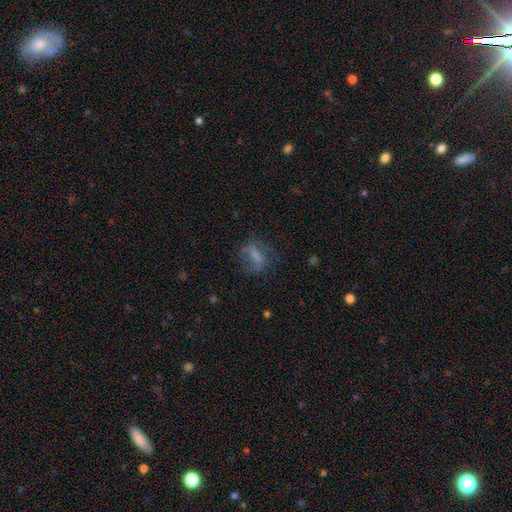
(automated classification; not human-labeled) smooth-or-featured: smooth: 53% | featured or disk: 35% | star or artifact: 13%
  how-rounded: in between: 60% | round: 23% | cigar-shaped: 17%
  merging: none: 55% | major disturbance: 22% | minor disturbance: 21% | merger: 2%